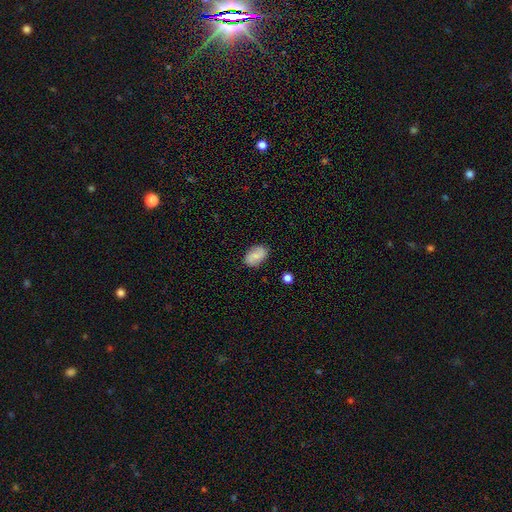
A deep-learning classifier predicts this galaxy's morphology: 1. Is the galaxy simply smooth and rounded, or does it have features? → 69% smooth, 23% featured or disk, 8% star or artifact.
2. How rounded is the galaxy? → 91% in between, 8% round, 2% cigar-shaped.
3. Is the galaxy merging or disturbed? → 83% none, 12% minor disturbance, 3% major disturbance, 2% merger.